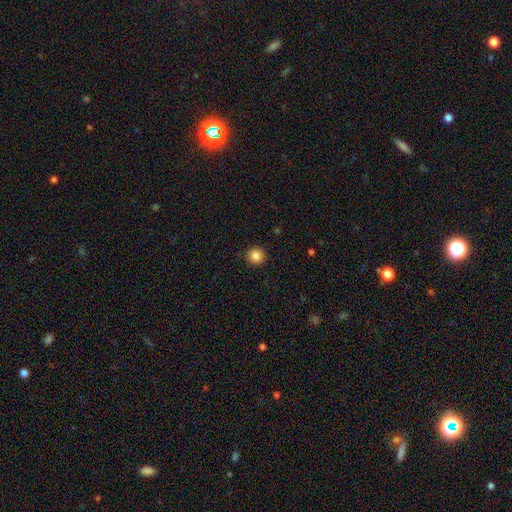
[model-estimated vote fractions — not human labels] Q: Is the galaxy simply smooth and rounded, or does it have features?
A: smooth — 86%.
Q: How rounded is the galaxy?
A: round — 95%.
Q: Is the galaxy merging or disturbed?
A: none — 93%.